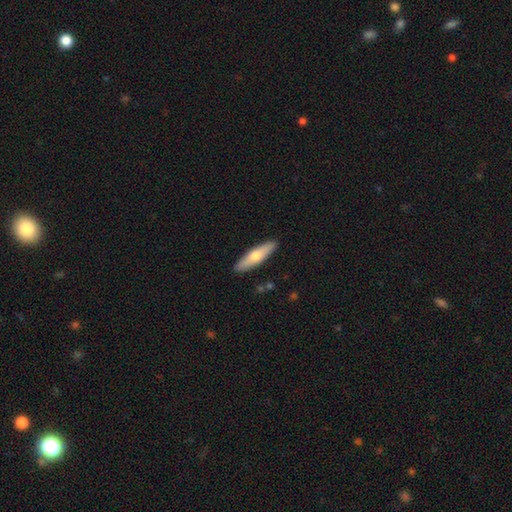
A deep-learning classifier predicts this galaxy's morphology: Smooth or featured: smooth — 59% (featured or disk — 36%)
How rounded: cigar-shaped — 72% (in between — 26%)
Merging: none — 90% (minor disturbance — 7%)